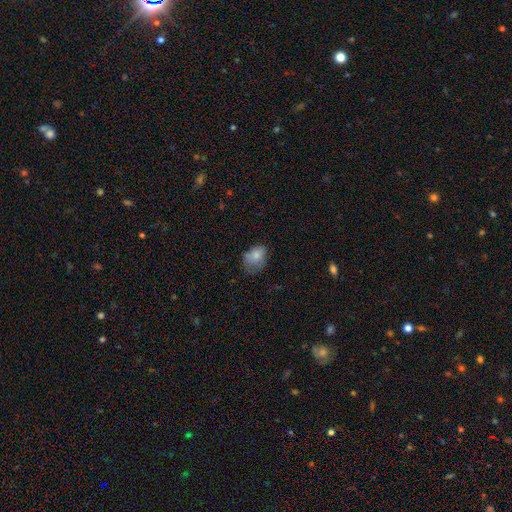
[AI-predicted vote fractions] A smooth galaxy with no disk features (77%) that is in between round and cigar-shaped (71%). Merging: none (42%).